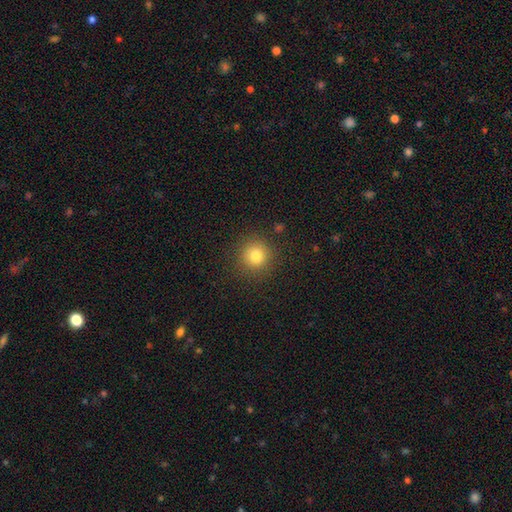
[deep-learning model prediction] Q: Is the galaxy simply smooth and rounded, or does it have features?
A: smooth — 80%.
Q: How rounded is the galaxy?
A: round — 93%.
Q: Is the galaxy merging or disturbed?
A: none — 89%.